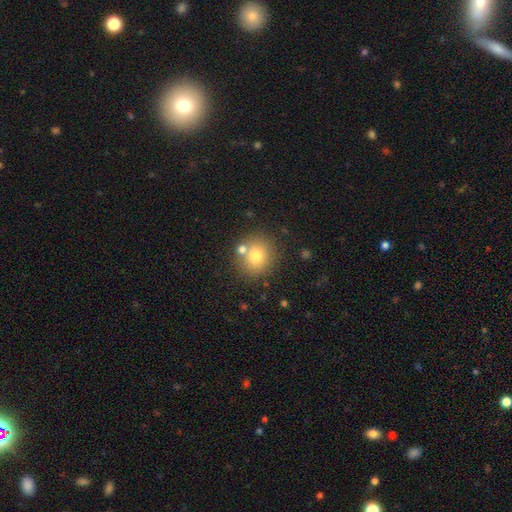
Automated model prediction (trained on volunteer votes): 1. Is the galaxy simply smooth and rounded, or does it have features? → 75% smooth, 13% featured or disk, 12% star or artifact.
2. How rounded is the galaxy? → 86% round, 13% in between, 1% cigar-shaped.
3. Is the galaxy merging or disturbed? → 73% none, 14% merger, 10% minor disturbance, 3% major disturbance.